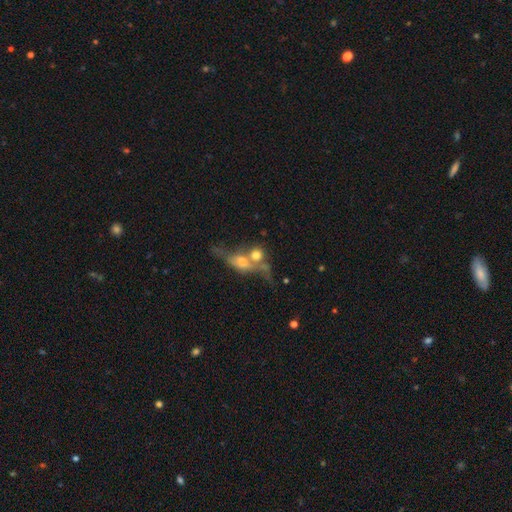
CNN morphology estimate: Smooth or featured? smooth (48%)
Merging? merger (53%)